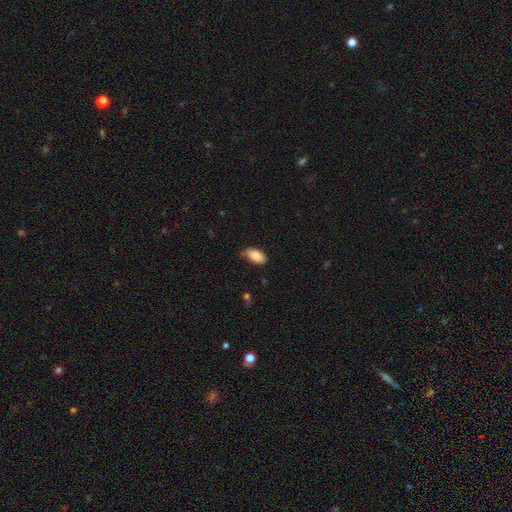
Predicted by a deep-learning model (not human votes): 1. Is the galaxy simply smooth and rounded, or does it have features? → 88% smooth, 7% star or artifact, 5% featured or disk.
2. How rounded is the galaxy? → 94% in between, 3% round, 3% cigar-shaped.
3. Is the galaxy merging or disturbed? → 72% none, 23% minor disturbance, 3% major disturbance, 1% merger.